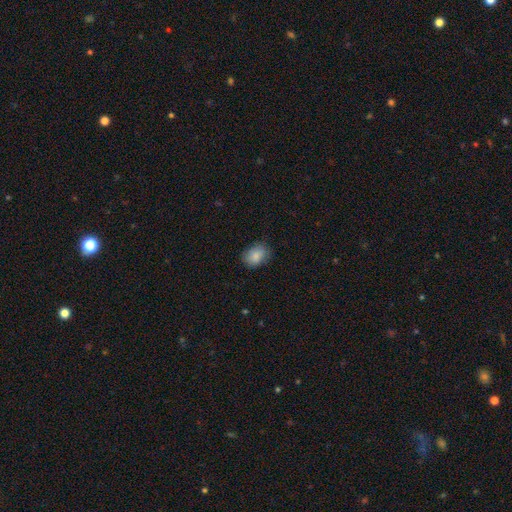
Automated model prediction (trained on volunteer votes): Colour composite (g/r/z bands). It shows a smooth galaxy with no disk features (86%) that is in between round and cigar-shaped (68%). Merging: none (75%).